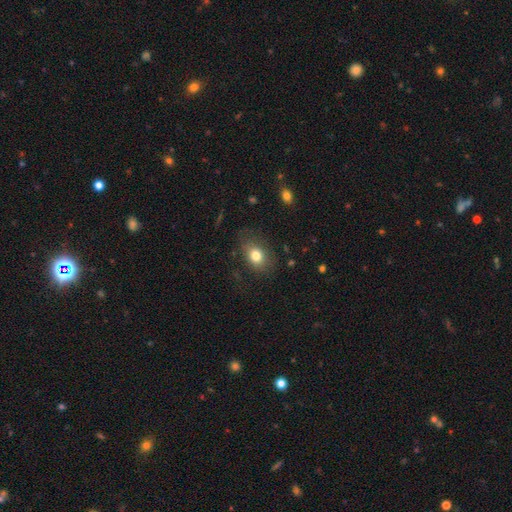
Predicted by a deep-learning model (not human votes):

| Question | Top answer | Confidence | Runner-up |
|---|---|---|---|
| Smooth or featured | smooth | 78% | featured or disk (11%) |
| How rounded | in between | 67% | round (32%) |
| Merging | none | 73% | minor disturbance (18%) |